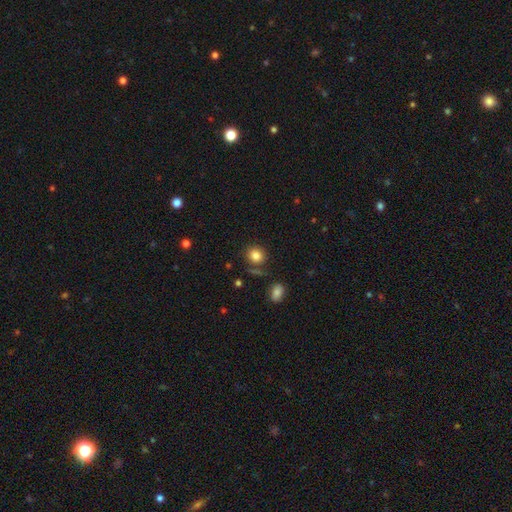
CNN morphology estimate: smooth_or_featured: smooth (p=0.83) [alt: star or artifact p=0.11]
how_rounded: round (p=0.74) [alt: in between p=0.25]
merging: none (p=0.77) [alt: minor disturbance p=0.12]